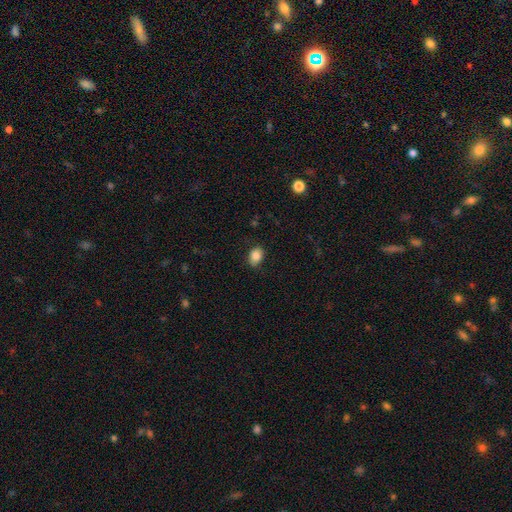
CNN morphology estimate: type=smooth (85%); roundness=in between (75%); merging=none (83%).